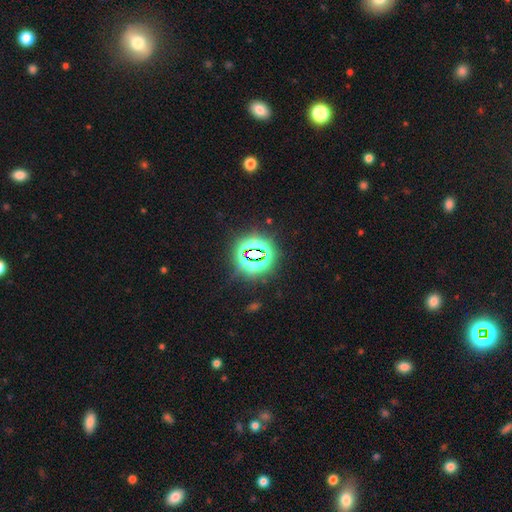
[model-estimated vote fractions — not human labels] Smooth or featured: star or artifact — 79% (smooth — 13%)